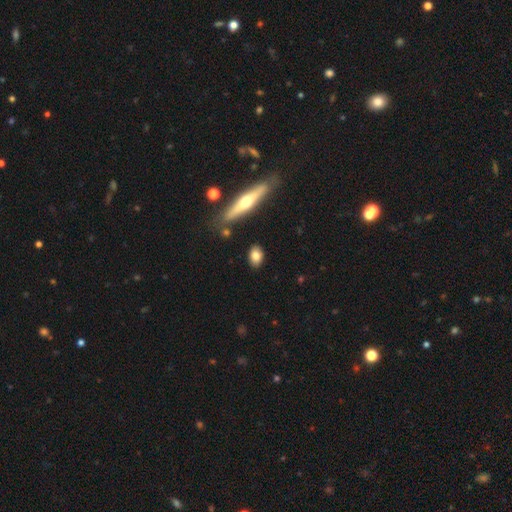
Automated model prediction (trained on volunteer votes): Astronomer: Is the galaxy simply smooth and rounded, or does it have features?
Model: smooth — 78%.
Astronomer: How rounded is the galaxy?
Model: in between — 80%.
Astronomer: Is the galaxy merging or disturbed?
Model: none — 86%.